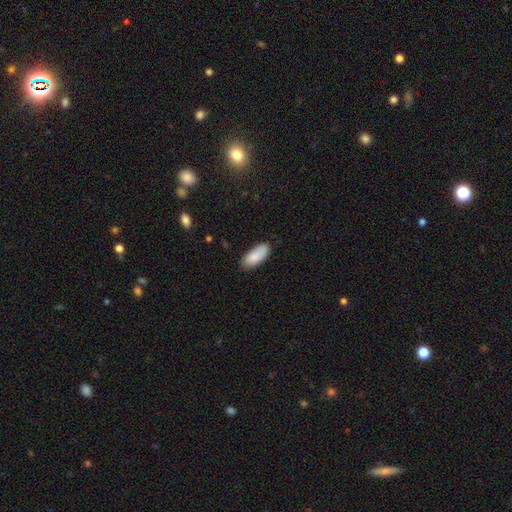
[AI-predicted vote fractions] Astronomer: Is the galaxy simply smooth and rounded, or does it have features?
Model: smooth — 86%.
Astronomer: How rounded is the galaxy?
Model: in between — 87%.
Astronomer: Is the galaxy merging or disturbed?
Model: none — 78%.